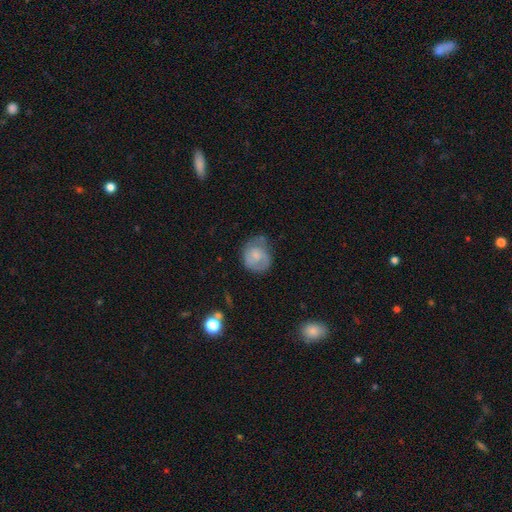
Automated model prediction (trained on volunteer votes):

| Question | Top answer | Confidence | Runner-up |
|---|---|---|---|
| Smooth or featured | smooth | 52% | featured or disk (40%) |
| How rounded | round | 68% | in between (31%) |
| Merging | none | 52% | minor disturbance (30%) |